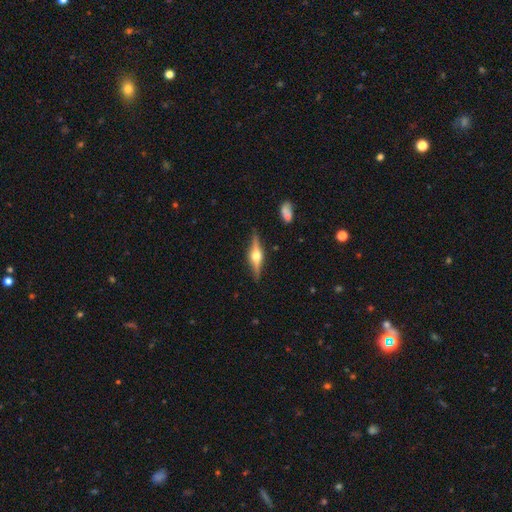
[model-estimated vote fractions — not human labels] featured or disk 76%, smooth 18%, star or artifact 6%. Down the decision tree: edge-on disk — yes (97%); edge-on bulge — rounded (95%); merging — none (87%).